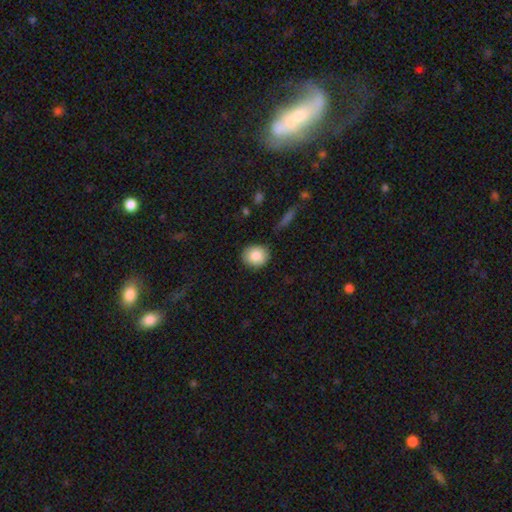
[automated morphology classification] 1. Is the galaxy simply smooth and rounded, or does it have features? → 86% smooth, 8% star or artifact, 7% featured or disk.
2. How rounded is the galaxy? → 76% round, 23% in between, 1% cigar-shaped.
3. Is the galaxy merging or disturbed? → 86% none, 10% minor disturbance, 2% major disturbance, 2% merger.